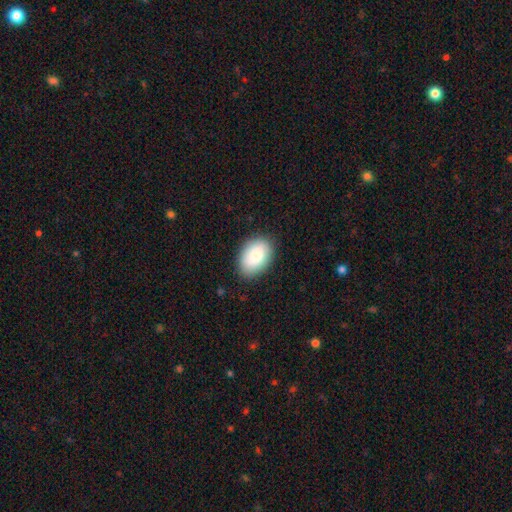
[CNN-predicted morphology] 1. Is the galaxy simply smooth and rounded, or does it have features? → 84% smooth, 9% featured or disk, 6% star or artifact.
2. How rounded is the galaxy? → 87% in between, 12% round, 1% cigar-shaped.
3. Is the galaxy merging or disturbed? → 86% none, 11% minor disturbance, 3% major disturbance, 1% merger.